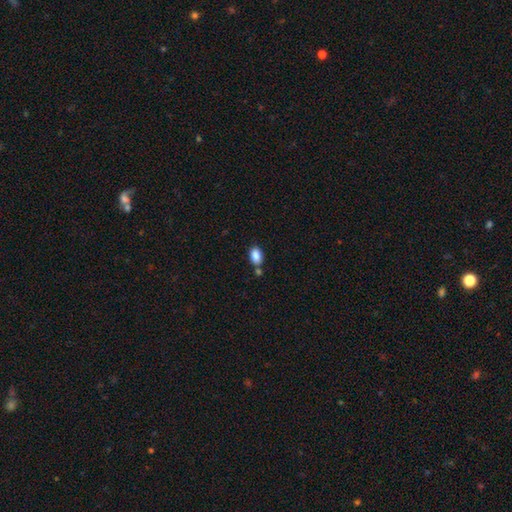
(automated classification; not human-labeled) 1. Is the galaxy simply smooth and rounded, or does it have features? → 87% smooth, 8% star or artifact, 4% featured or disk.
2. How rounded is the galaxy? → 87% in between, 11% round, 1% cigar-shaped.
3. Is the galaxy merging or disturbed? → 67% none, 16% merger, 14% minor disturbance, 3% major disturbance.